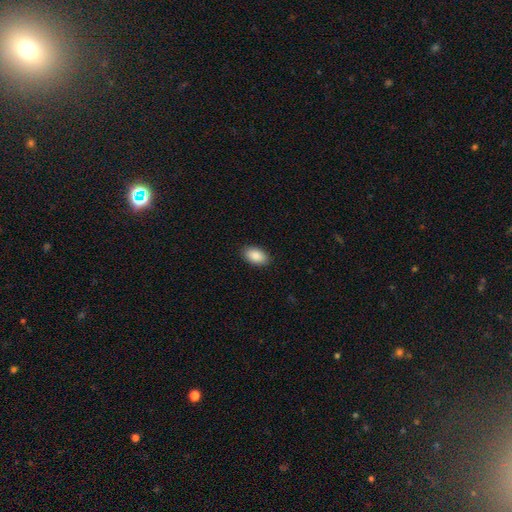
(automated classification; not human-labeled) smooth-or-featured: smooth: 90% | star or artifact: 7% | featured or disk: 4%
  how-rounded: in between: 94% | round: 5% | cigar-shaped: 2%
  merging: none: 89% | minor disturbance: 8% | major disturbance: 2% | merger: 1%